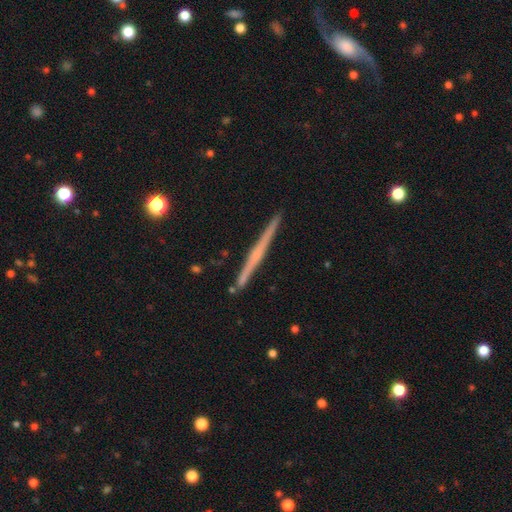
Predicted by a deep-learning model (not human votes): A featured or disk galaxy (64%) viewed edge-on (98%) with no central bulge (76%). Merging: none (91%).